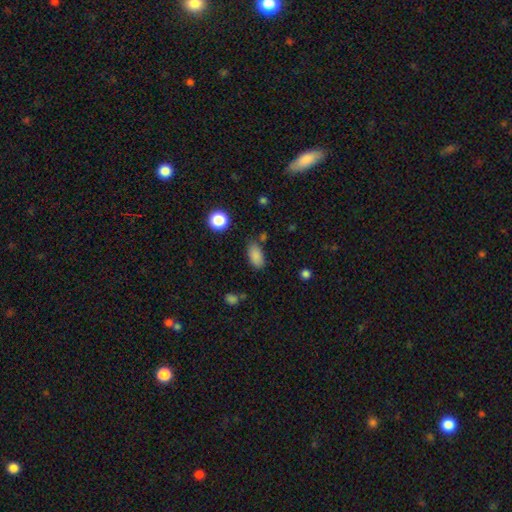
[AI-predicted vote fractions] This is clearly a smooth galaxy (86%). How rounded: clearly in between (90%). Merging: likely none (75%).